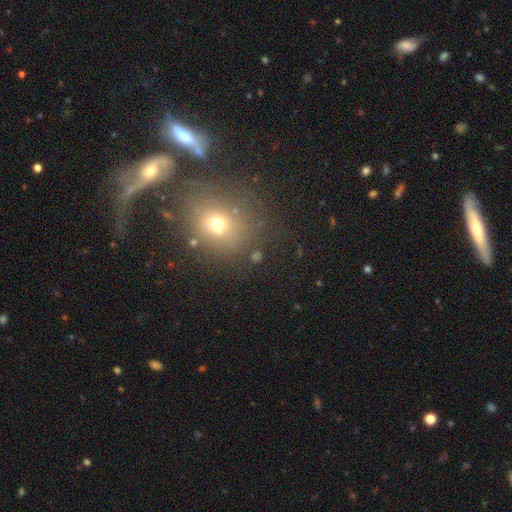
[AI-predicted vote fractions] Q: Smooth or featured?
A: smooth (51%); runner-up: star or artifact (35%)
Q: How rounded?
A: round (66%); runner-up: in between (32%)
Q: Merging?
A: none (71%); runner-up: minor disturbance (12%)